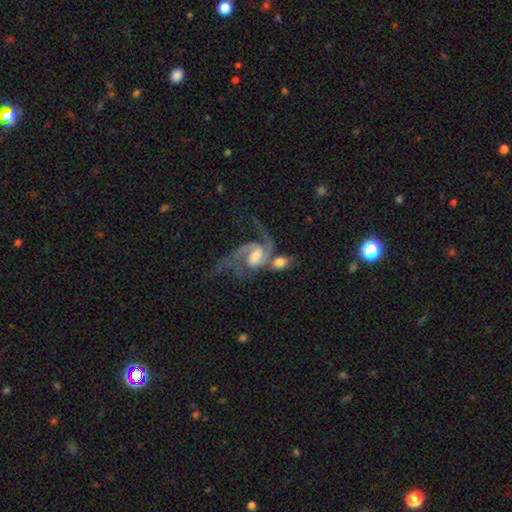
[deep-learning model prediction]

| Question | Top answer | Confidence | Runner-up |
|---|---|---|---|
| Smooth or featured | featured or disk | 88% | smooth (6%) |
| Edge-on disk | no | 97% | yes (3%) |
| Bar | weak | 49% | no (32%) |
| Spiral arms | yes | 97% | no (3%) |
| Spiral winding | medium | 50% | loose (34%) |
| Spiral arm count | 2 | 74% | 3 (11%) |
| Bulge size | moderate | 45% | small (27%) |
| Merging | merger | 32% | none (31%) |